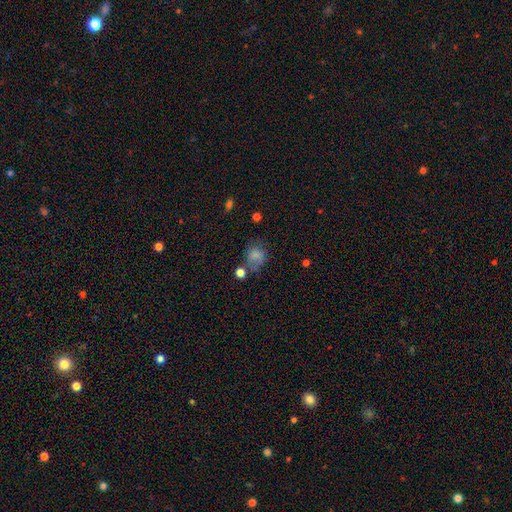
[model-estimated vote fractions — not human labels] A smooth galaxy with no disk features (77%) that is round (61%). Merging: none (47%).